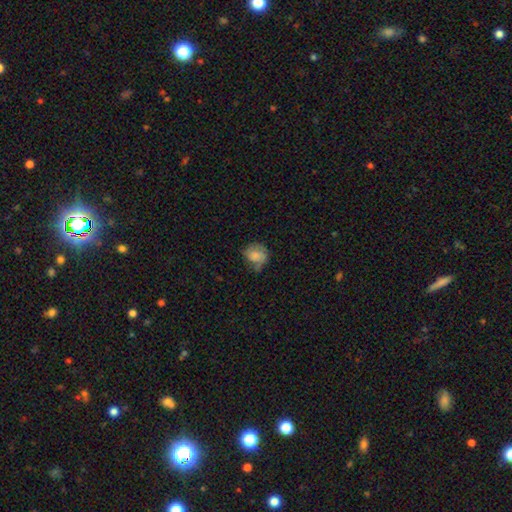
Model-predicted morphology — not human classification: Smooth or featured?
  - smooth: 67% *
  - featured or disk: 24%
  - star or artifact: 9%
How rounded?
  - round: 67% *
  - in between: 32%
  - cigar-shaped: 1%
Merging?
  - none: 47% *
  - minor disturbance: 33%
  - major disturbance: 15%
  - merger: 5%